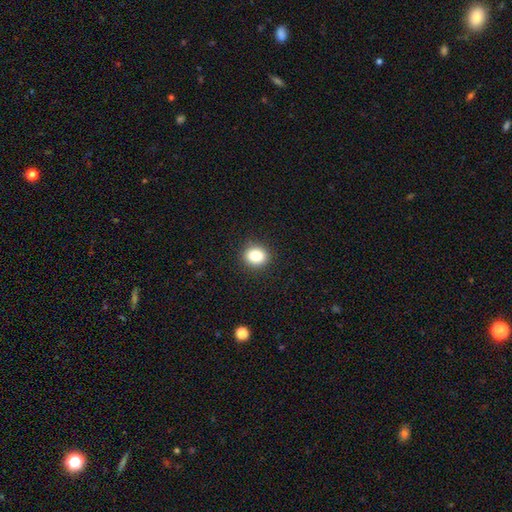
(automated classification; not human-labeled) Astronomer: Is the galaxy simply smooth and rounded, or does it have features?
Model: smooth — 83%.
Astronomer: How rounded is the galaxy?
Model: round — 76%.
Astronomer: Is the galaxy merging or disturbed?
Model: none — 90%.